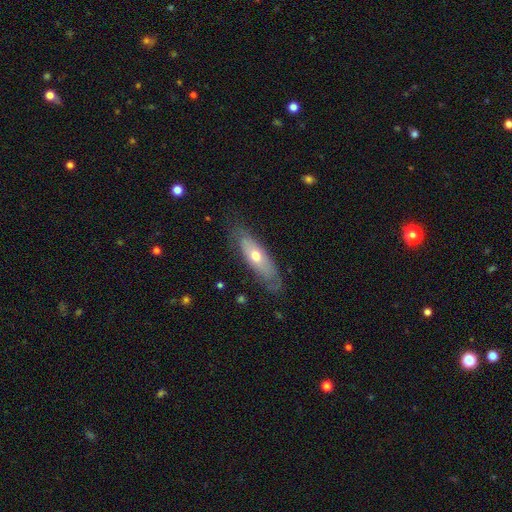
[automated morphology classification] This is possibly a smooth galaxy (51%). How rounded: possibly in between (52%). Merging: likely none (70%).